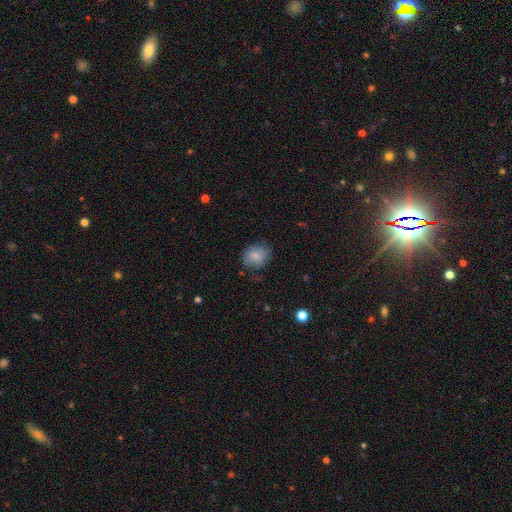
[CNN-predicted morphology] smooth 79%, featured or disk 13%, star or artifact 9%. Down the decision tree: how rounded — round (58%); merging — none (69%).